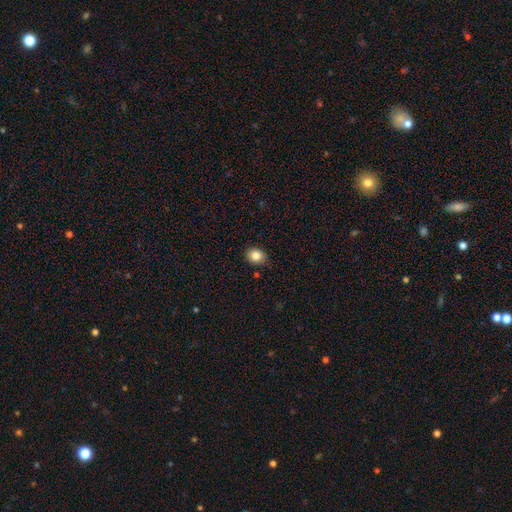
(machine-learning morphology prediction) smooth_or_featured: smooth (p=0.84) [alt: star or artifact p=0.10]
how_rounded: round (p=0.55) [alt: in between p=0.45]
merging: none (p=0.86) [alt: minor disturbance p=0.10]